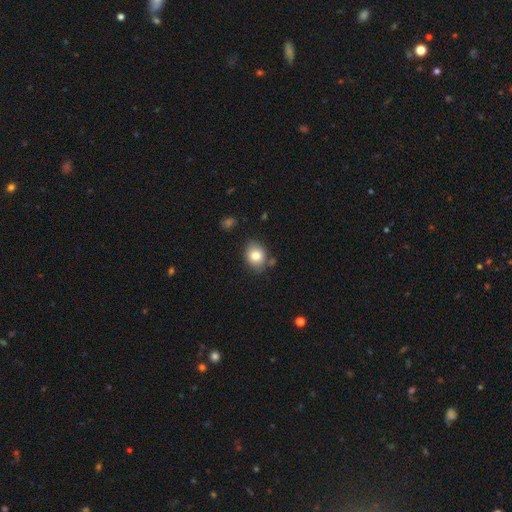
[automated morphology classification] This appears to be a smooth galaxy with no disk features (81%) that is in between round and cigar-shaped (53%). Merging: none (75%).